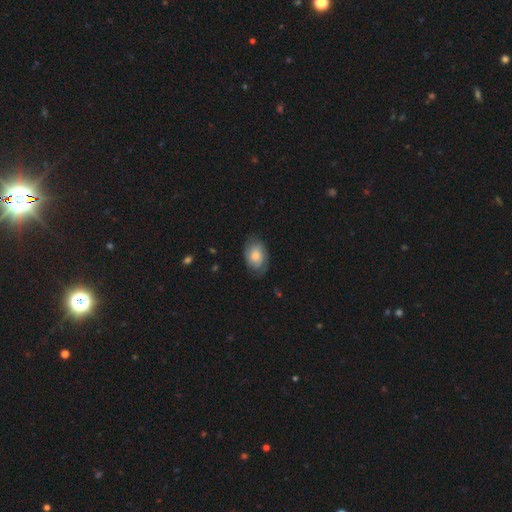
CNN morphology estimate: A smooth galaxy with no disk features (51%) that is in between round and cigar-shaped (82%).

Vote fractions:
- Smooth or featured? smooth: 51% / featured or disk: 42% / star or artifact: 7%
- How rounded? in between: 82% / round: 16% / cigar-shaped: 1%
- Merging? none: 70% / minor disturbance: 21% / major disturbance: 7% / merger: 1%